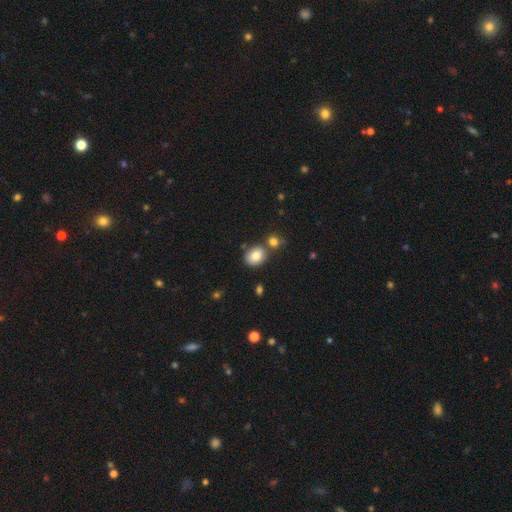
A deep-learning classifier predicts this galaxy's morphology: Smooth or featured? Predicted: smooth (p=0.80). How rounded? Predicted: in between (p=0.51). Merging? Predicted: none (p=0.67).